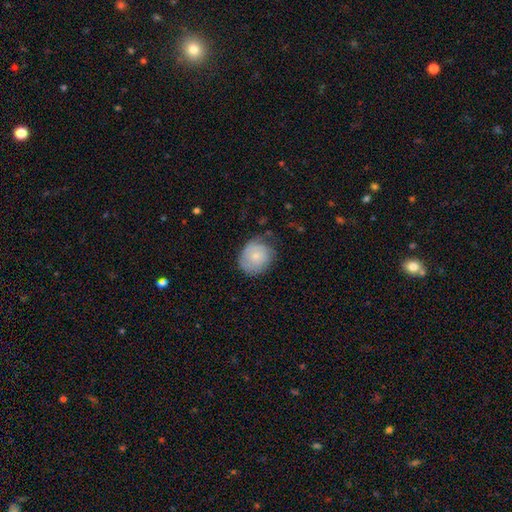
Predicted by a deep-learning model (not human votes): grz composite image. It shows a smooth galaxy with no disk features (58%) that is round (74%). Merging: none (59%).